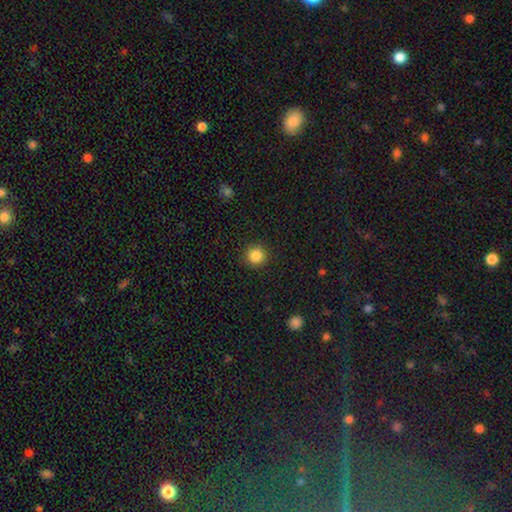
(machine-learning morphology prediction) Smooth or featured?
  - smooth: 86% *
  - star or artifact: 10%
  - featured or disk: 4%
How rounded?
  - round: 95% *
  - in between: 4%
  - cigar-shaped: 1%
Merging?
  - none: 92% *
  - minor disturbance: 5%
  - major disturbance: 2%
  - merger: 1%